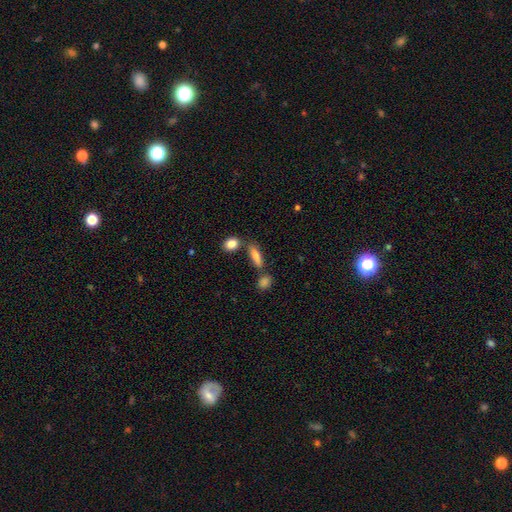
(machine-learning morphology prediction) This is likely a smooth galaxy (75%). How rounded: possibly cigar-shaped (52%). Merging: likely none (69%).